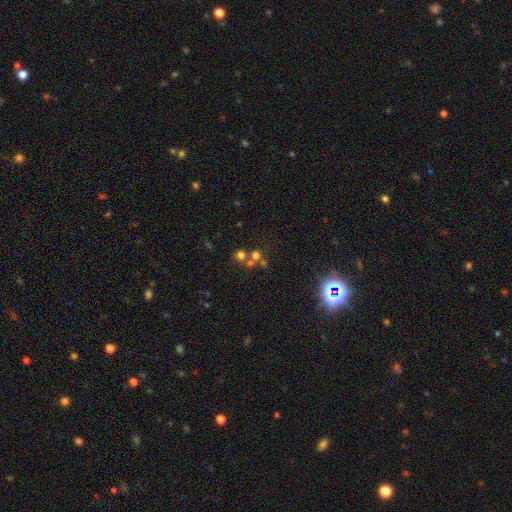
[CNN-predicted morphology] A smooth galaxy with no disk features (56%) that is round (88%).

Vote fractions:
- Smooth or featured? smooth: 56% / star or artifact: 30% / featured or disk: 14%
- How rounded? round: 88% / in between: 11% / cigar-shaped: 1%
- Merging? none: 54% / merger: 36% / minor disturbance: 6% / major disturbance: 4%